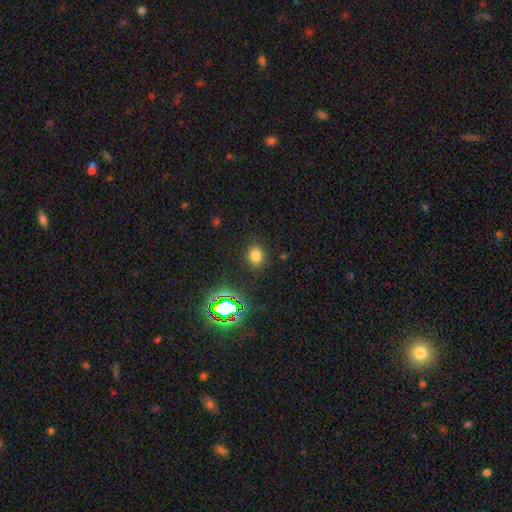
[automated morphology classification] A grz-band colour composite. It shows a smooth galaxy with no disk features (74%) that is round (64%). Merging: none (86%).